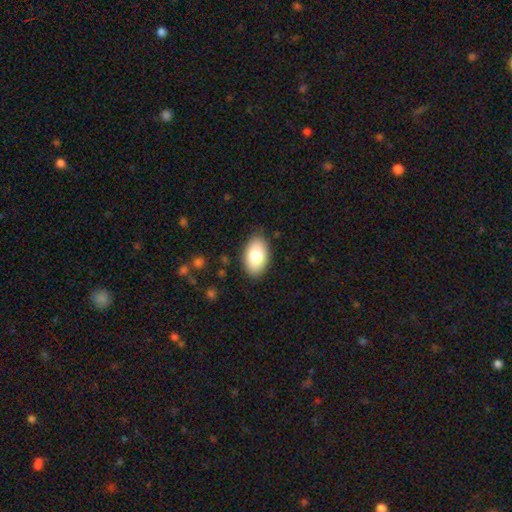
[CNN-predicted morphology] The model was most divided on "smooth or featured": smooth: 81%, featured or disk: 13%, star or artifact: 7%. More confident: how rounded — in between (93%); merging — none (86%).